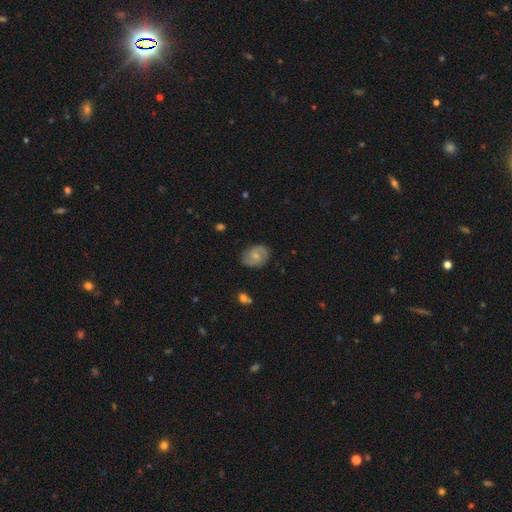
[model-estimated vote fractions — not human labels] This appears to be a featured or disk galaxy (51%). Merging: none (80%).